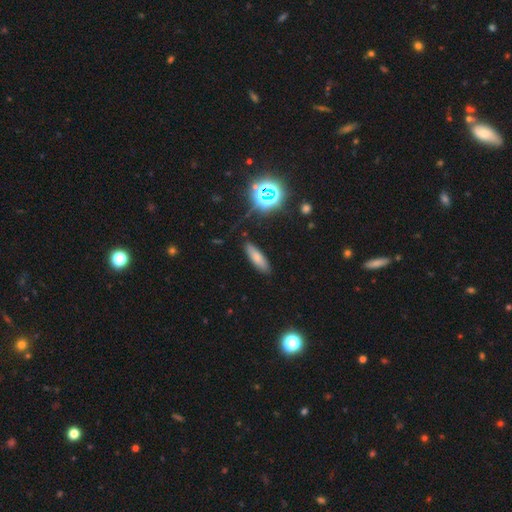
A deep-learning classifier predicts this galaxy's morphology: A smooth galaxy with no disk features (72%) that is cigar-shaped (54%). Merging: none (86%).